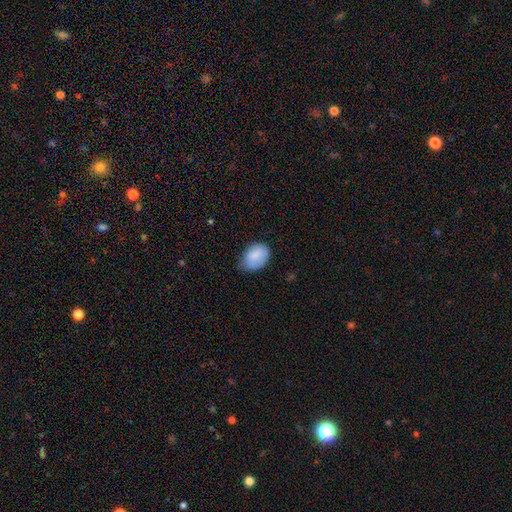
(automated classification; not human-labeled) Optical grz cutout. It shows a smooth galaxy with no disk features (84%) that is in between round and cigar-shaped (80%). Merging: none (54%).